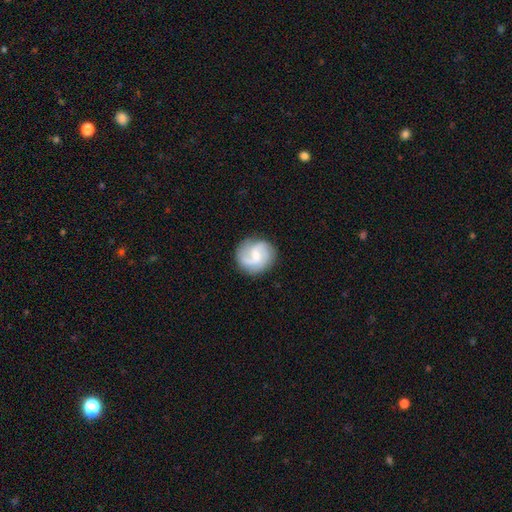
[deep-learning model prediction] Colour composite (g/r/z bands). It shows a featured or disk galaxy (77%) with a weak bar (51%), 2 (68%) medium (49%) spiral arms (96%) and a small central bulge (50%). Merging: none (84%).